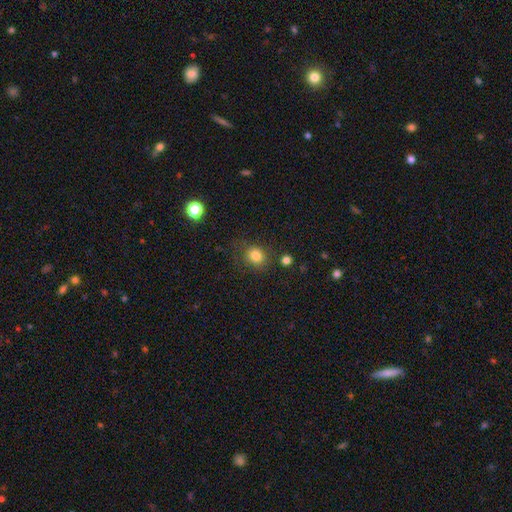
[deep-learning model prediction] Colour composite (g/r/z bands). It shows a smooth galaxy with no disk features (82%) that is round (72%). Merging: none (76%).